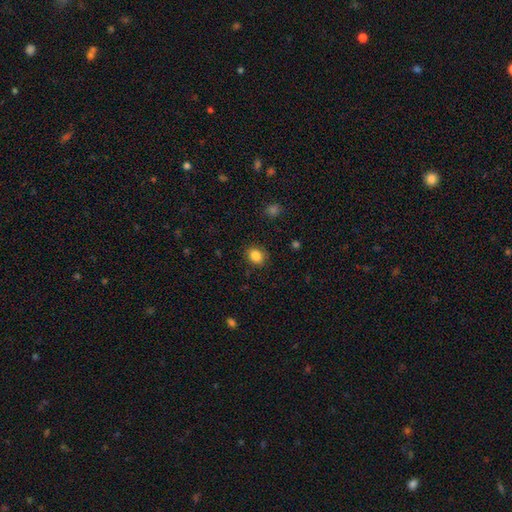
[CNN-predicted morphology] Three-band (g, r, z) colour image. It shows a smooth galaxy with no disk features (85%) that is round (51%). Merging: none (86%).